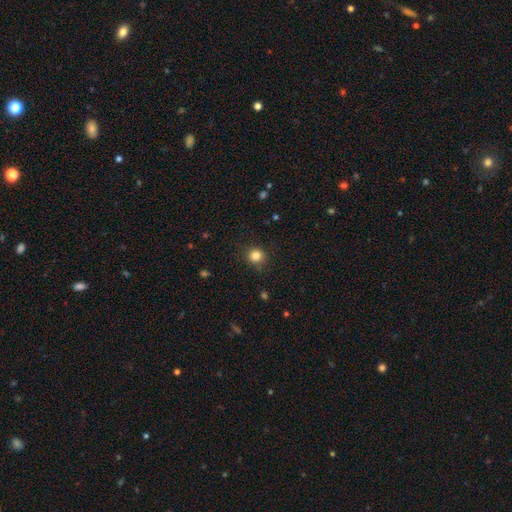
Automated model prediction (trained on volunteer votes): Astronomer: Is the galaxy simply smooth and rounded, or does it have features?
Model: smooth — 83%.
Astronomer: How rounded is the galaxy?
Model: round — 90%.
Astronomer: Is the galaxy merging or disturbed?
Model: none — 88%.